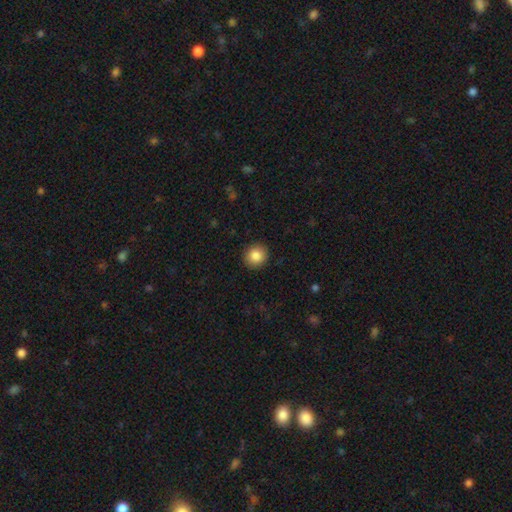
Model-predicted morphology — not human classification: A smooth galaxy with no disk features (86%) that is round (89%).

Vote fractions:
- Smooth or featured? smooth: 86% / star or artifact: 9% / featured or disk: 5%
- How rounded? round: 89% / in between: 10% / cigar-shaped: 1%
- Merging? none: 91% / minor disturbance: 6% / major disturbance: 2% / merger: 1%